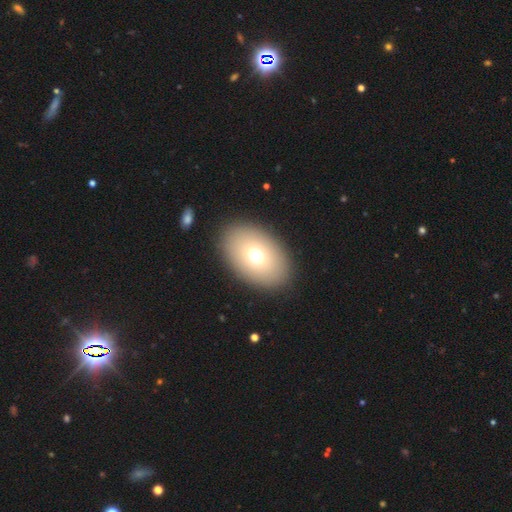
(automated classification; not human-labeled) The model was most divided on "smooth or featured": smooth: 70%, featured or disk: 20%, star or artifact: 10%. More confident: merging — none (90%); how rounded — in between (84%).